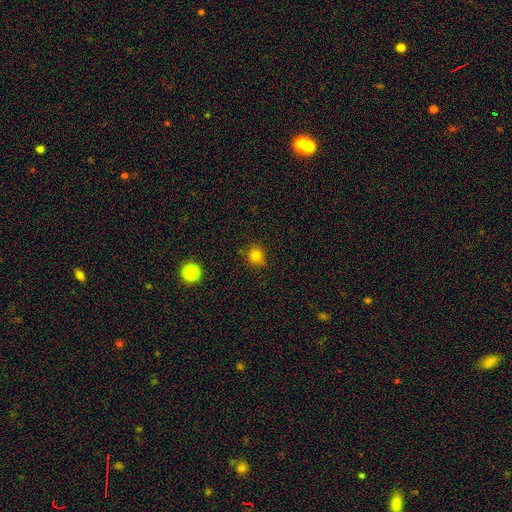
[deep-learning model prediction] smooth 79%, star or artifact 15%, featured or disk 6%. Down the decision tree: how rounded — round (86%); merging — none (82%).